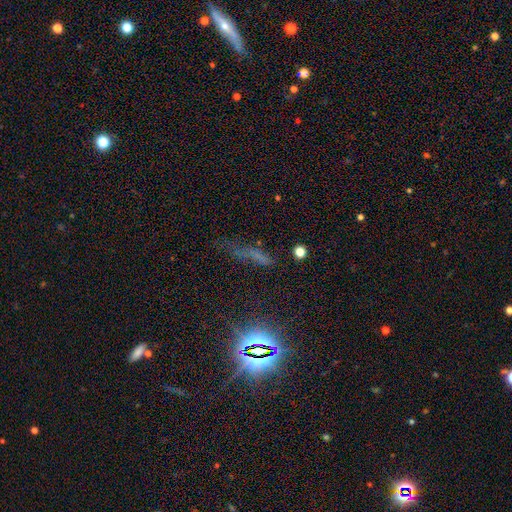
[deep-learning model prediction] Smooth or featured? star or artifact (48%)